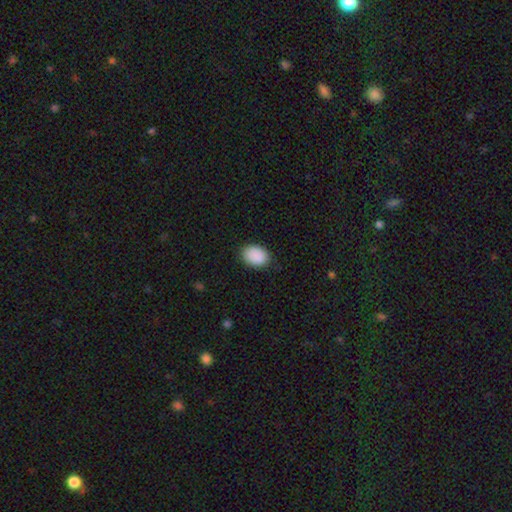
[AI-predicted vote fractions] Smooth or featured? Predicted: smooth (p=0.90). How rounded? Predicted: in between (p=0.77). Merging? Predicted: none (p=0.85).